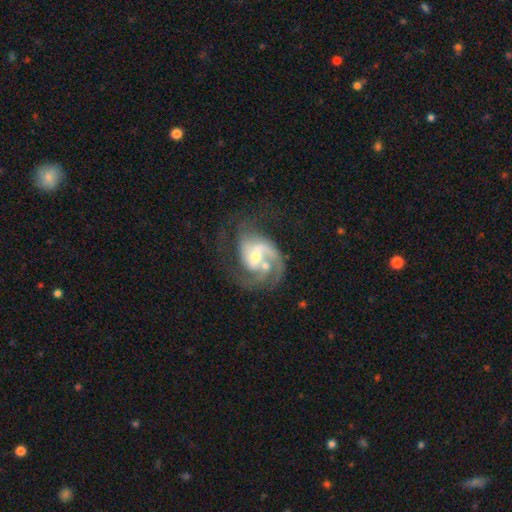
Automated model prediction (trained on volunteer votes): This appears to be a featured or disk galaxy (86%) with a weak bar (43%), 2 (35%) medium (48%) spiral arms (94%) and a moderate central bulge (50%). Merging: none (37%).